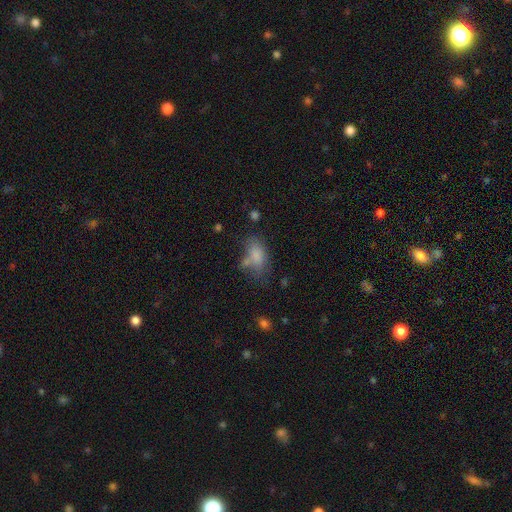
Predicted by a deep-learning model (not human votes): Smooth or featured? smooth (79%)
How rounded? in between (89%)
Merging? none (45%)